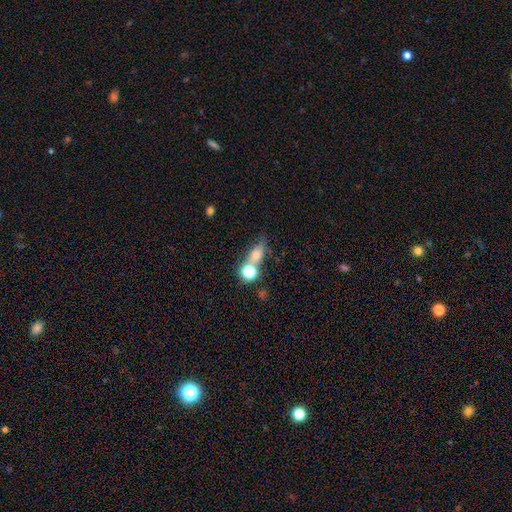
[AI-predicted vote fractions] Smooth or featured? Predicted: smooth (p=0.65). How rounded? Predicted: in between (p=0.49). Merging? Predicted: none (p=0.43).